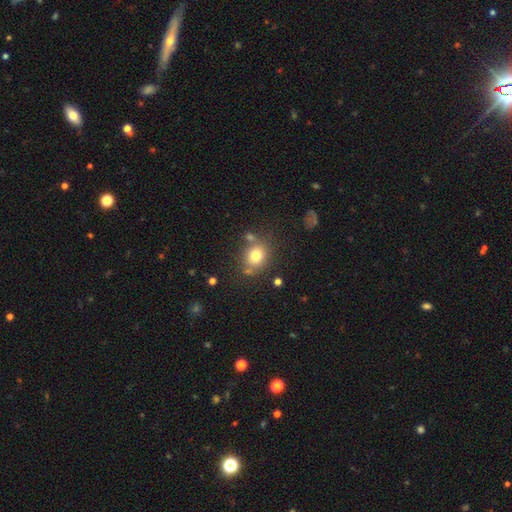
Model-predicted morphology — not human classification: Overall: smooth (76%). How rounded: round (66%; in between 33%). Merging: none (70%).